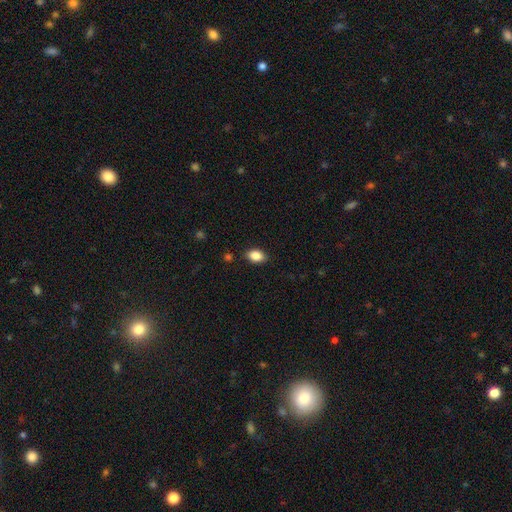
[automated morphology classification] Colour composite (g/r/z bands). It shows a smooth galaxy with no disk features (86%) that is in between round and cigar-shaped (86%). Merging: none (85%).